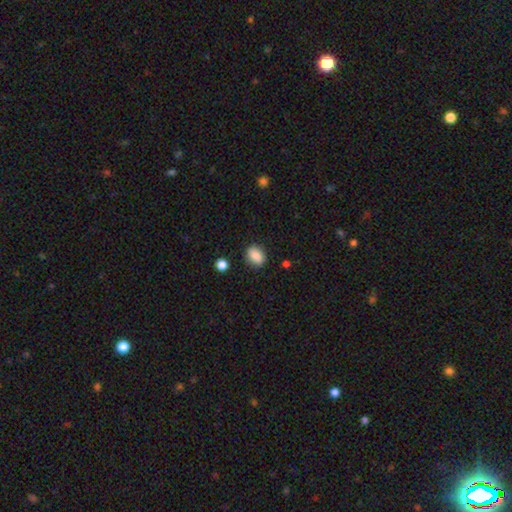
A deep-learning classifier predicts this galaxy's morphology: The model was most divided on "how rounded": in between: 60%, round: 38%, cigar-shaped: 2%. More confident: smooth or featured — smooth (85%); merging — none (84%).